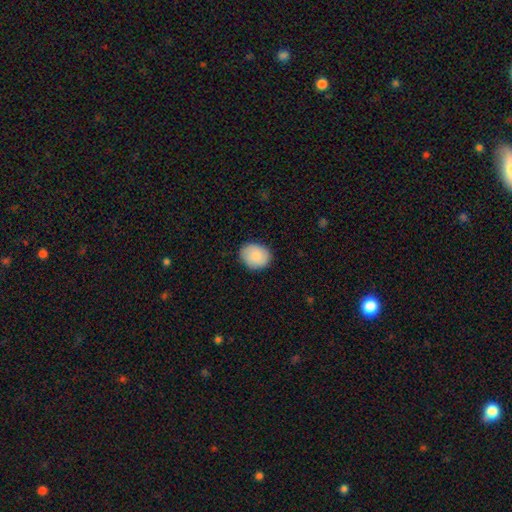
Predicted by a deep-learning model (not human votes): Q: Smooth or featured?
A: smooth (88%); runner-up: star or artifact (6%)
Q: How rounded?
A: round (59%); runner-up: in between (40%)
Q: Merging?
A: none (86%); runner-up: minor disturbance (11%)